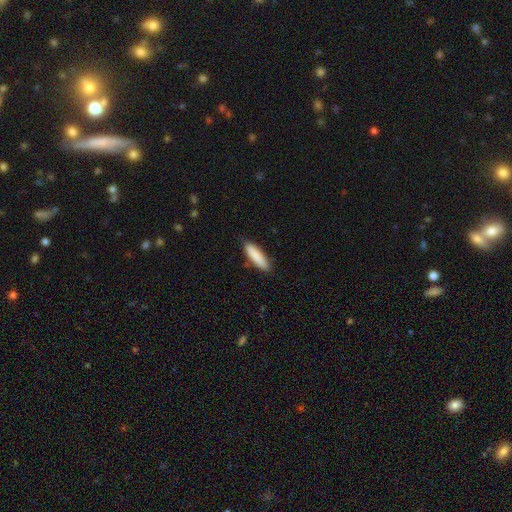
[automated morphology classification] The model was most divided on "how rounded": cigar-shaped: 64%, in between: 34%, round: 1%. More confident: smooth or featured — smooth (87%); merging — none (85%).